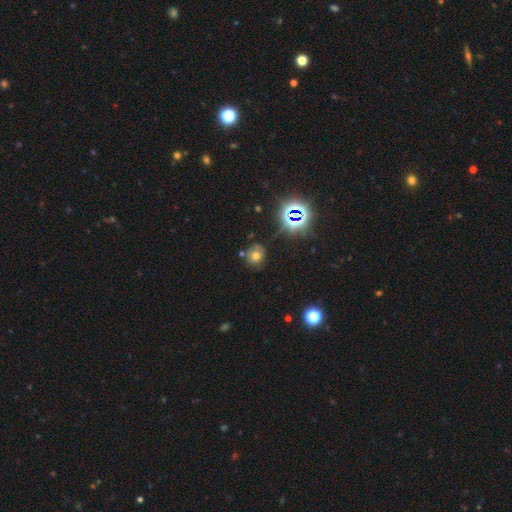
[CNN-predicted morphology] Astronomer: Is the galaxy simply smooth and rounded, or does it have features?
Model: smooth — 60%.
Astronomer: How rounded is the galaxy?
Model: round — 79%.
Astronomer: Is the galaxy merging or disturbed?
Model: none — 69%.